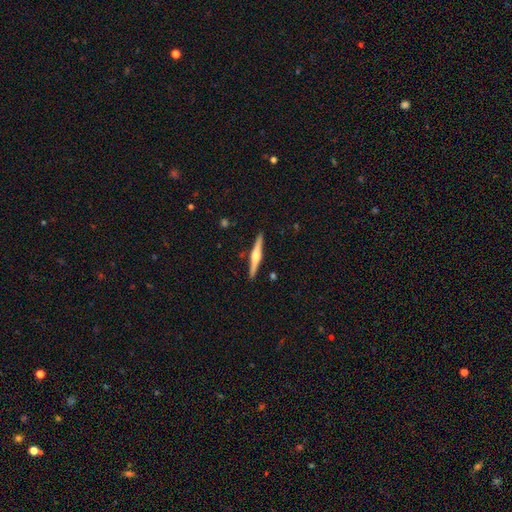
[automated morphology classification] The model was most divided on "smooth or featured": featured or disk: 72%, smooth: 23%, star or artifact: 5%. More confident: edge-on disk — yes (98%); merging — none (91%); edge-on bulge — rounded (87%).